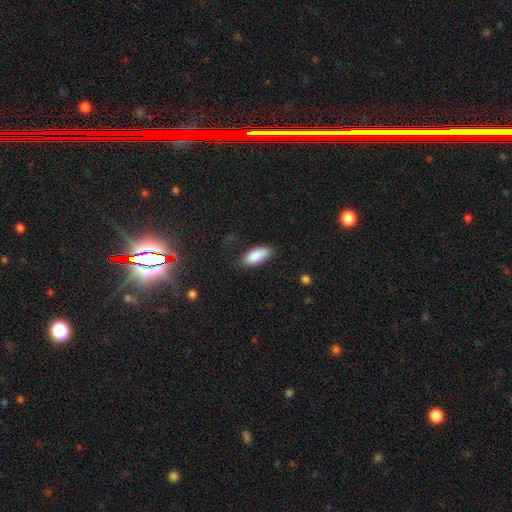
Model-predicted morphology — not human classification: Overall: smooth (87%). How rounded: in between (89%). Merging: none (75%).